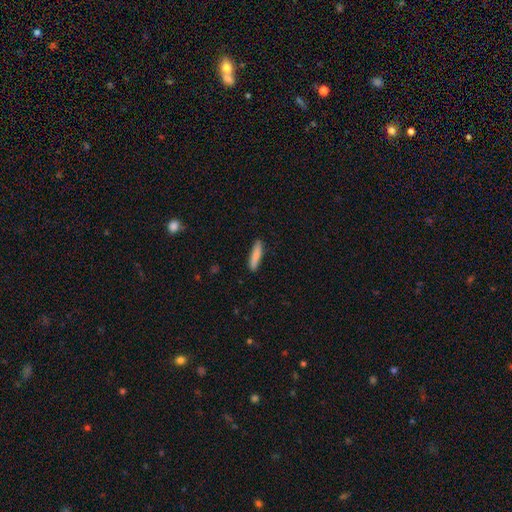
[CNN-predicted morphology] This is clearly a smooth galaxy (85%). How rounded: clearly cigar-shaped (84%). Merging: clearly none (89%).